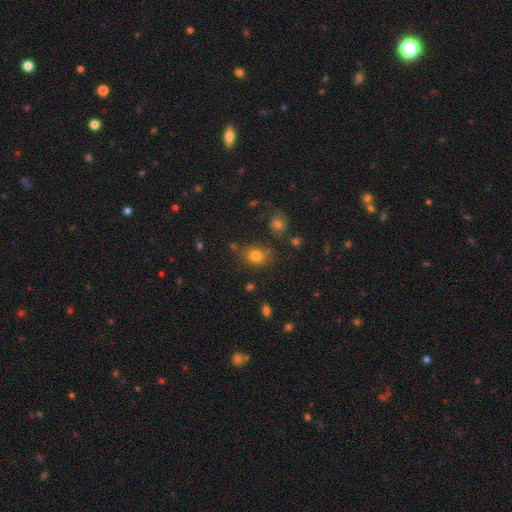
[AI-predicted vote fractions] Smooth or featured? Predicted: smooth (p=0.79). How rounded? Predicted: round (p=0.52). Merging? Predicted: none (p=0.69).